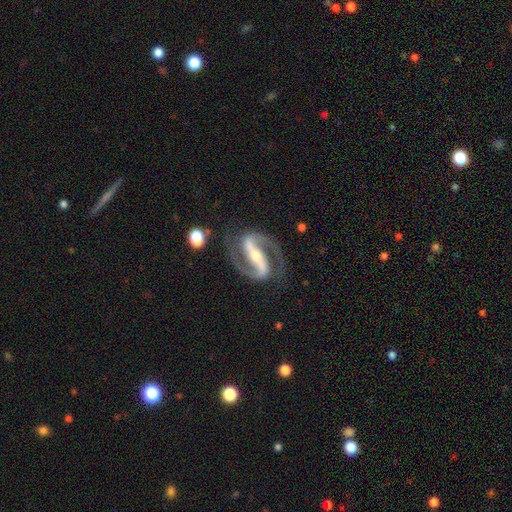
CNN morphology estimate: type=featured or disk (93%); edge-on=no (97%); bar=strong (79%); spiral arms=yes (98%); winding=medium (59%); arm count=2 (95%); bulge=small (51%); merging=none (83%).